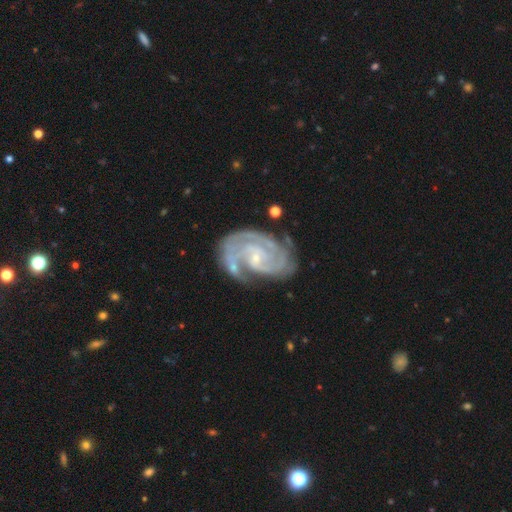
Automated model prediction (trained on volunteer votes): The model was most divided on "bar": no: 53%, weak: 36%, strong: 11%. Remaining: spiral arms — yes (98%); edge-on disk — no (98%); smooth or featured — featured or disk (90%); bulge size — small (81%); spiral winding — tight (65%); merging — none (59%); spiral arm count — 2 (47%).